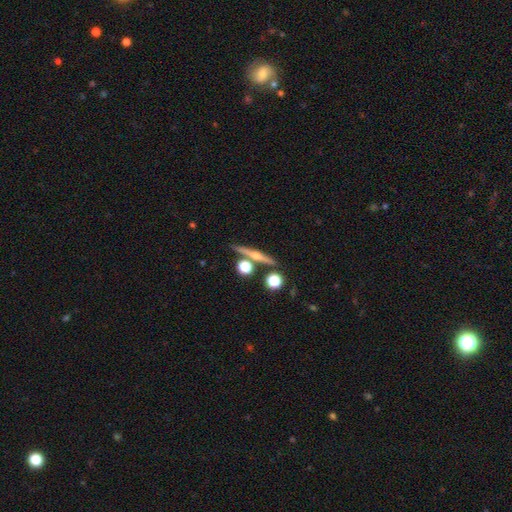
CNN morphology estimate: featured or disk 62%, smooth 29%, star or artifact 9%. Down the decision tree: edge-on disk — yes (96%); edge-on bulge — rounded (88%); merging — none (78%).